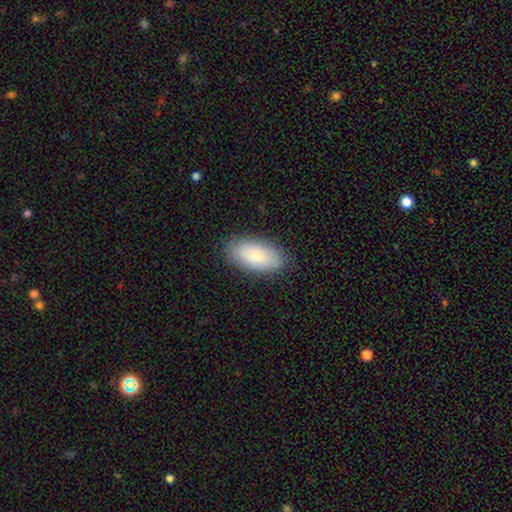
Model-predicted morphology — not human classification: Overall: smooth (81%). How rounded: in between (93%). Merging: none (85%).